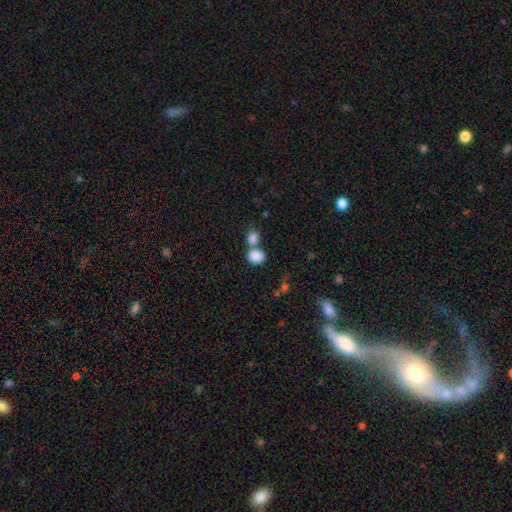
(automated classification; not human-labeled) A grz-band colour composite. It shows a smooth galaxy with no disk features (86%) that is round (55%). Merging: none (44%).